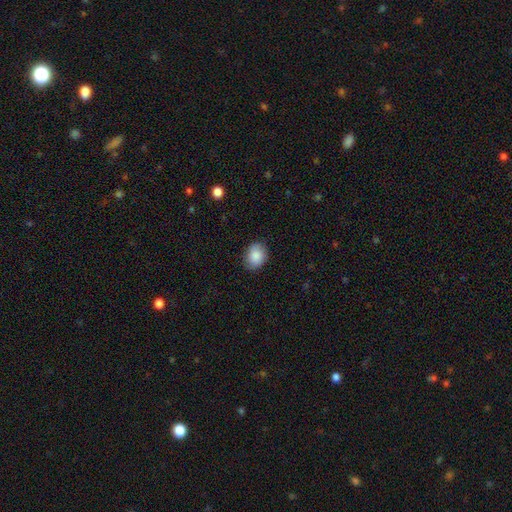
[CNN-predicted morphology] Q: Smooth or featured?
A: smooth (87%); runner-up: star or artifact (7%)
Q: How rounded?
A: in between (58%); runner-up: round (42%)
Q: Merging?
A: none (82%); runner-up: minor disturbance (14%)